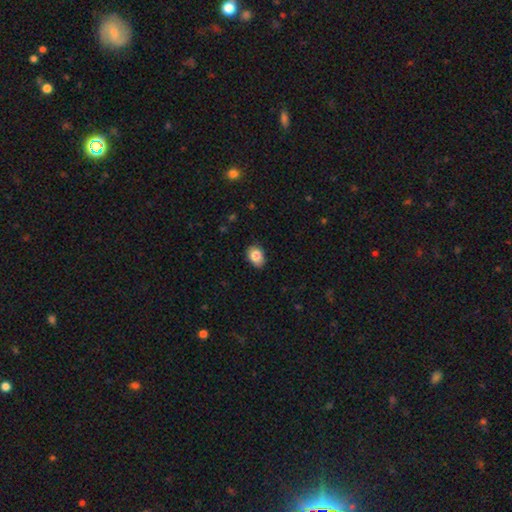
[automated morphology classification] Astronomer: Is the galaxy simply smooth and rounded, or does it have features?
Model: smooth — 86%.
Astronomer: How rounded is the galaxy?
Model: in between — 77%.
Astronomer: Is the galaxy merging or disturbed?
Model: none — 82%.